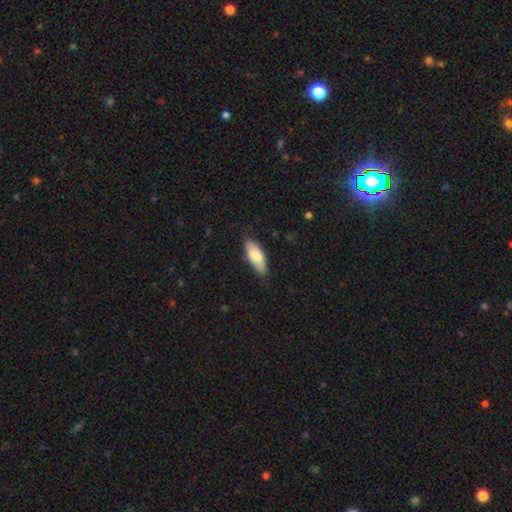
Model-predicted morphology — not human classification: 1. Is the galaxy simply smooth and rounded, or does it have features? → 81% smooth, 13% featured or disk, 6% star or artifact.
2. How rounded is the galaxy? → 77% in between, 22% cigar-shaped, 2% round.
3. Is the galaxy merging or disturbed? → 75% none, 20% minor disturbance, 4% major disturbance, 1% merger.